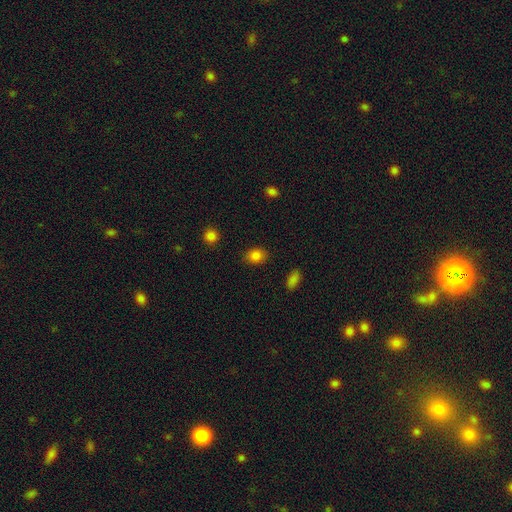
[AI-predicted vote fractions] Smooth or featured?
  - smooth: 84% *
  - star or artifact: 10%
  - featured or disk: 6%
How rounded?
  - in between: 64% *
  - round: 35%
  - cigar-shaped: 1%
Merging?
  - none: 87% *
  - minor disturbance: 9%
  - major disturbance: 2%
  - merger: 1%